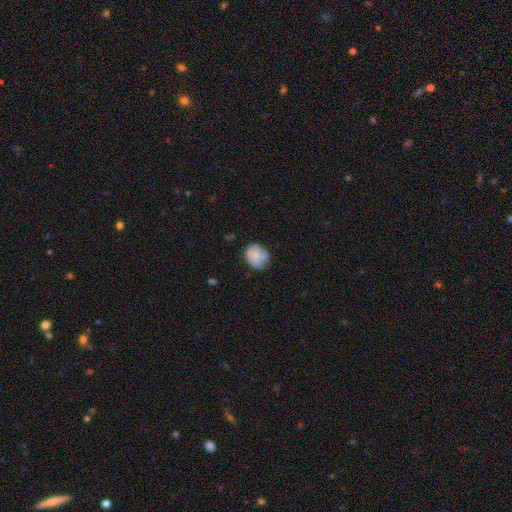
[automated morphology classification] Smooth or featured? Predicted: smooth (p=0.58). How rounded? Predicted: round (p=0.60). Merging? Predicted: none (p=0.65).